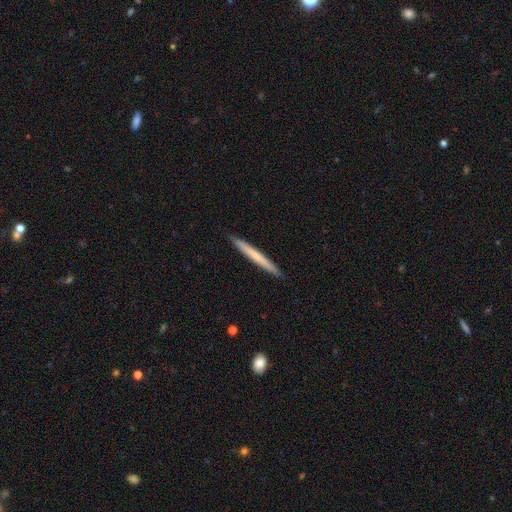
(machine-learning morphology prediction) Overall: smooth (60%; featured or disk 35%). How rounded: cigar-shaped (97%). Merging: none (92%).